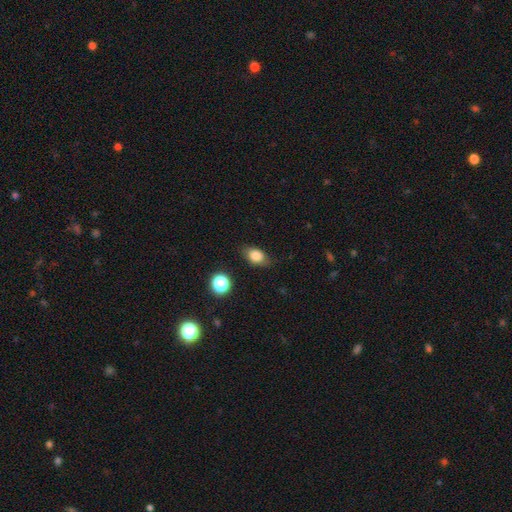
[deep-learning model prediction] Smooth or featured?
  - smooth: 82% *
  - star or artifact: 10%
  - featured or disk: 8%
How rounded?
  - in between: 77% *
  - round: 21%
  - cigar-shaped: 2%
Merging?
  - none: 76% *
  - minor disturbance: 18%
  - major disturbance: 4%
  - merger: 2%